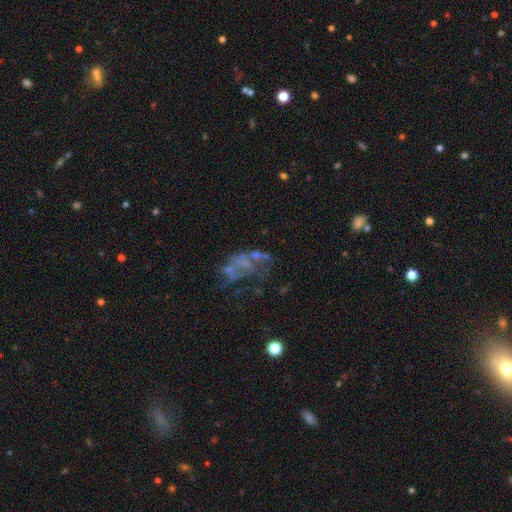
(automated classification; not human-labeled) Smooth or featured? featured or disk (57%)
Edge-on disk? no (97%)
Bar? no (90%)
Spiral arms? no (88%)
Bulge size? none (80%)
Merging? major disturbance (38%)